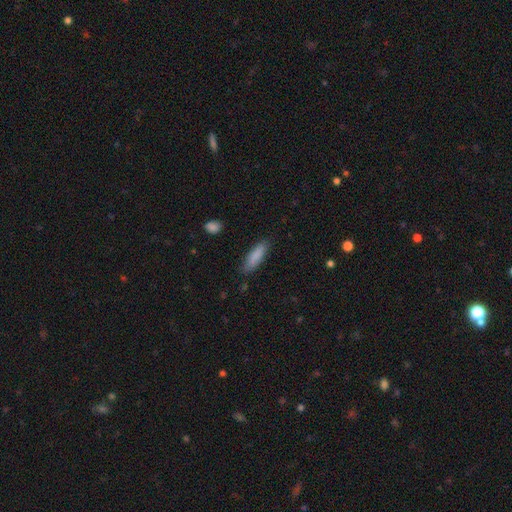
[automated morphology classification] Smooth or featured? Predicted: smooth (p=0.86). How rounded? Predicted: cigar-shaped (p=0.54). Merging? Predicted: none (p=0.82).